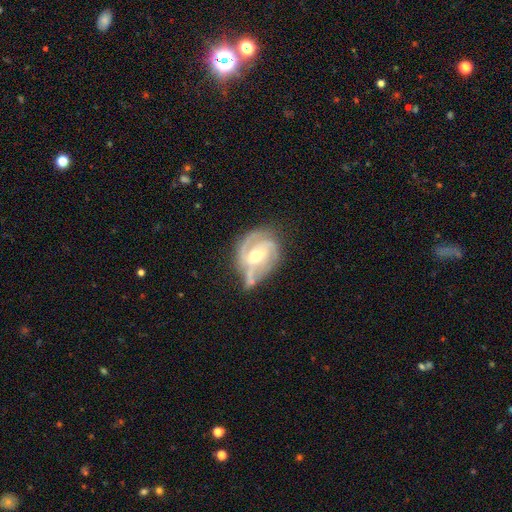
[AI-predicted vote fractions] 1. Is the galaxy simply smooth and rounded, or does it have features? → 83% featured or disk, 11% smooth, 5% star or artifact.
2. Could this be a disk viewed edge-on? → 97% no, 3% yes.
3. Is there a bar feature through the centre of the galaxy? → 45% weak, 33% no, 22% strong.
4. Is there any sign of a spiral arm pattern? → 92% yes, 8% no.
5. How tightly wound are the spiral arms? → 43% medium, 42% tight, 16% loose.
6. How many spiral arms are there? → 51% 2, 21% 3, 15% can't tell, 8% 1, 3% 4, 3% more than 4.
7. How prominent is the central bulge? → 70% moderate, 23% small, 5% large, 1% none, 1% dominant.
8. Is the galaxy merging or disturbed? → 46% none, 29% minor disturbance, 16% major disturbance, 8% merger.